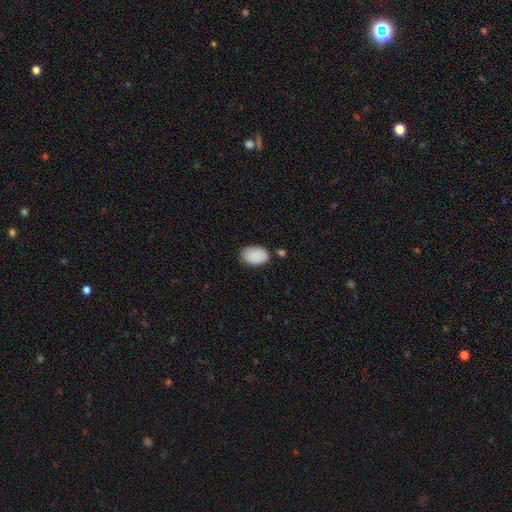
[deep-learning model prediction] Smooth or featured? Predicted: smooth (p=0.90). How rounded? Predicted: in between (p=0.89). Merging? Predicted: none (p=0.76).